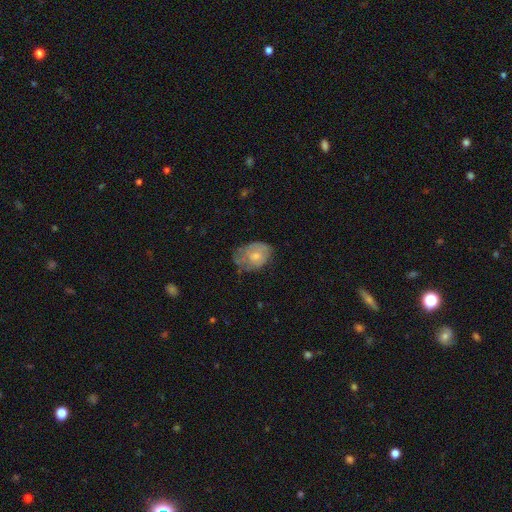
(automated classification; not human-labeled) Morphology: type=smooth (56%); roundness=in between (74%); merging=none (43%).